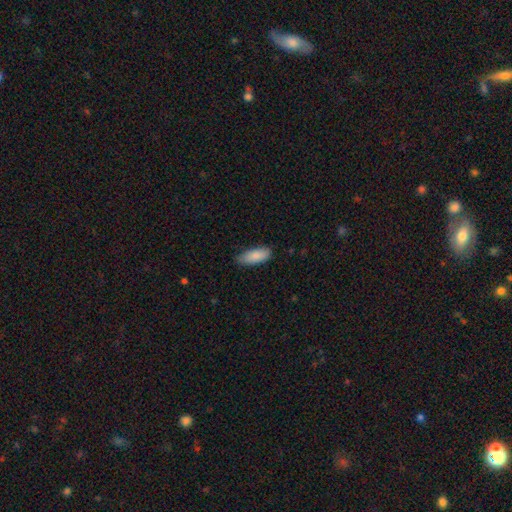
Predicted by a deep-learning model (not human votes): smooth-or-featured: smooth: 88% | star or artifact: 6% | featured or disk: 6%
  how-rounded: in between: 77% | cigar-shaped: 22% | round: 2%
  merging: none: 77% | minor disturbance: 19% | major disturbance: 3% | merger: 1%